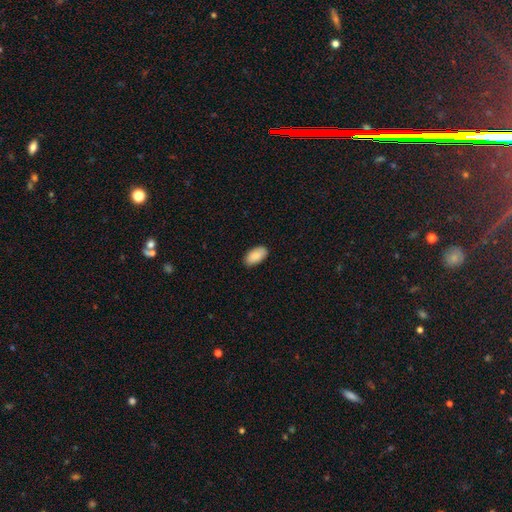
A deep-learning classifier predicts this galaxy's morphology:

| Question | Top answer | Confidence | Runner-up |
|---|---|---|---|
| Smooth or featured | smooth | 89% | star or artifact (6%) |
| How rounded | in between | 95% | round (3%) |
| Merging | none | 87% | minor disturbance (10%) |